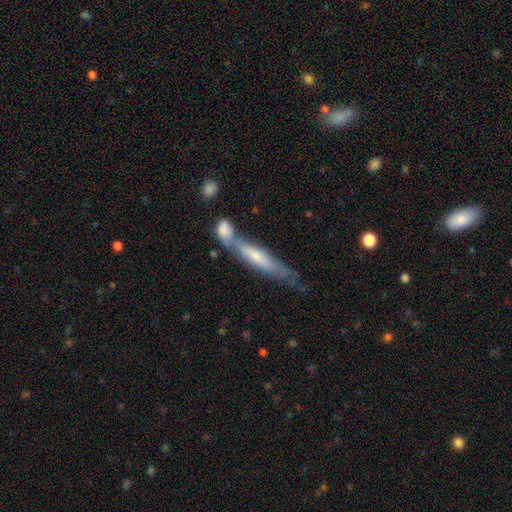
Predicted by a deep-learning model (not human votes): Q: Smooth or featured?
A: featured or disk (58%); runner-up: smooth (34%)
Q: Edge-on disk?
A: yes (81%); runner-up: no (19%)
Q: Merging?
A: none (47%); runner-up: merger (28%)